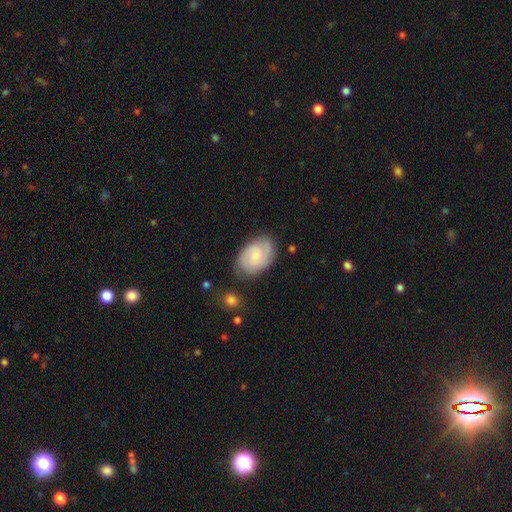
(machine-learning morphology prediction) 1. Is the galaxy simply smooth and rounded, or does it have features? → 55% featured or disk, 39% smooth, 6% star or artifact.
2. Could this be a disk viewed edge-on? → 97% no, 3% yes.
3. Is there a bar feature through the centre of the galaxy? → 54% no, 40% weak, 6% strong.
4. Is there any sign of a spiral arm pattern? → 89% yes, 11% no.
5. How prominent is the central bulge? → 57% small, 31% moderate, 8% none, 3% large, 1% dominant.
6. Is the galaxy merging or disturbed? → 75% none, 18% minor disturbance, 5% major disturbance, 2% merger.